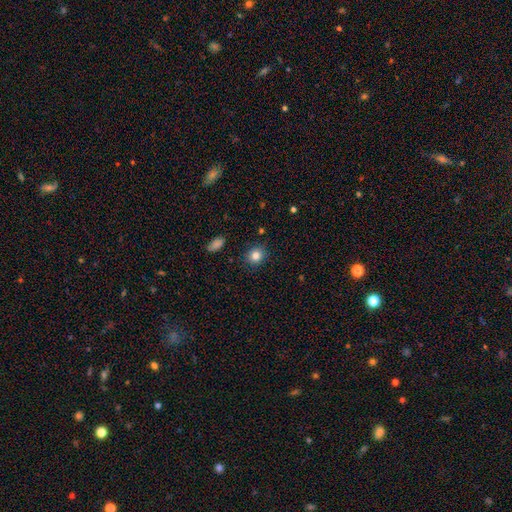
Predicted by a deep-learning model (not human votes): Smooth or featured: smooth — 83% (star or artifact — 10%)
How rounded: round — 76% (in between — 23%)
Merging: none — 87% (minor disturbance — 9%)